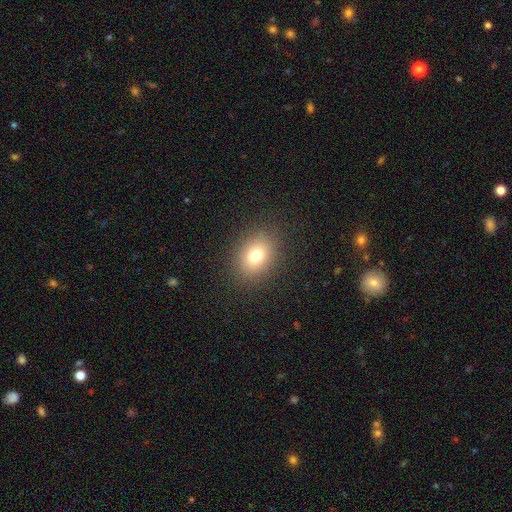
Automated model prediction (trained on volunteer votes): Smooth or featured: smooth — 77% (star or artifact — 13%)
How rounded: in between — 58% (round — 41%)
Merging: none — 87% (minor disturbance — 8%)